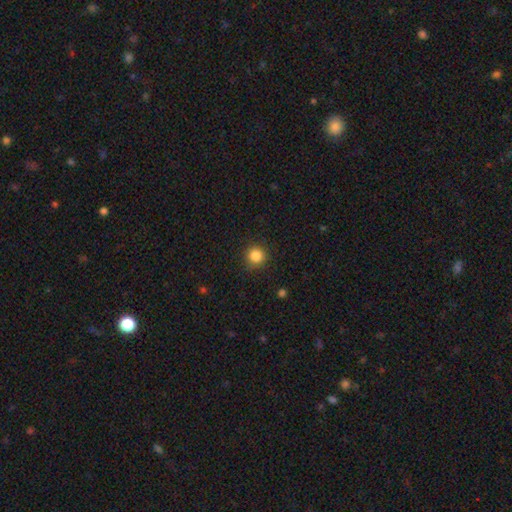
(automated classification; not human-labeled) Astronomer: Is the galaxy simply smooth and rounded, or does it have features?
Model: smooth — 84%.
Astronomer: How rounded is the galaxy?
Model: round — 93%.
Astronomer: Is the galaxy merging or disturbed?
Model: none — 87%.